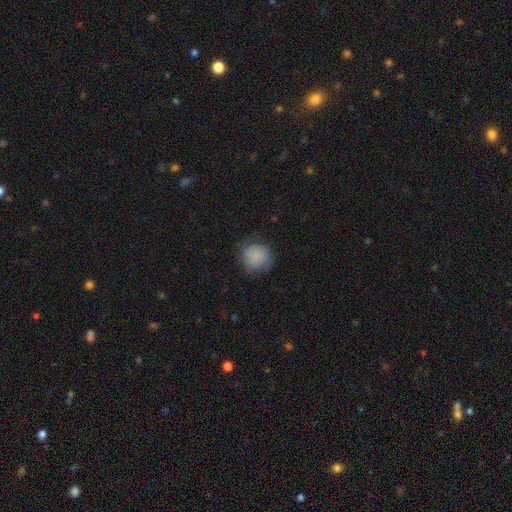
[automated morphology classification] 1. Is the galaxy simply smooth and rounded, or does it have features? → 80% smooth, 12% featured or disk, 8% star or artifact.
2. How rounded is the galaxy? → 87% round, 12% in between, 1% cigar-shaped.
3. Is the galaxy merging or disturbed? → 70% none, 20% minor disturbance, 8% major disturbance, 1% merger.